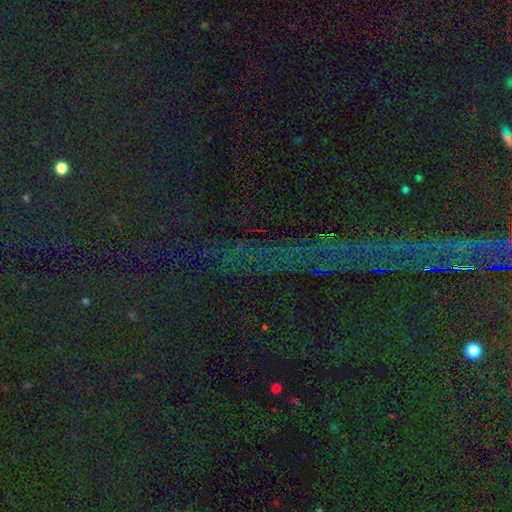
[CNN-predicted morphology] Overall: star or artifact (84%).